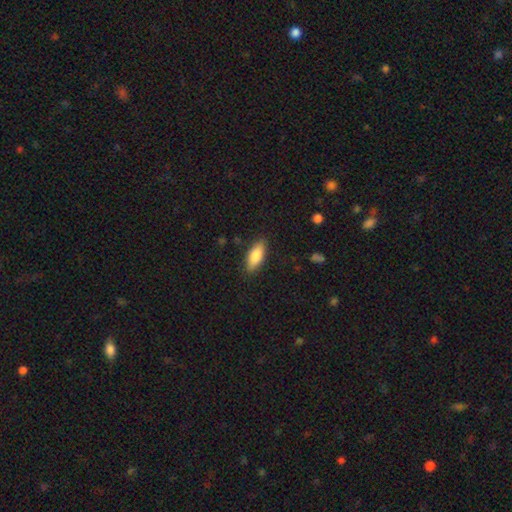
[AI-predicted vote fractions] smooth 81%, featured or disk 13%, star or artifact 6%. Down the decision tree: how rounded — in between (74%); merging — none (86%).